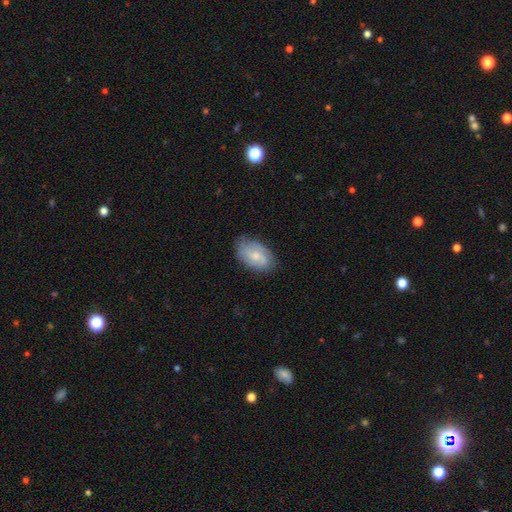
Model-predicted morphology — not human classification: smooth_or_featured: featured or disk (p=0.50) [alt: smooth p=0.44]
merging: none (p=0.74) [alt: minor disturbance p=0.20]